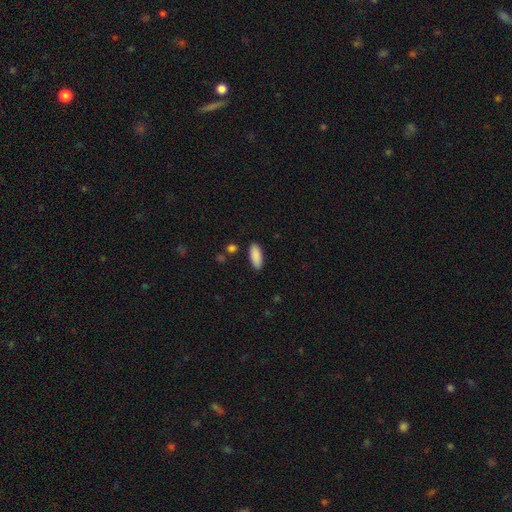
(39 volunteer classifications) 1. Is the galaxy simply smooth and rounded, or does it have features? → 90% smooth, 5% featured or disk, 5% star or artifact.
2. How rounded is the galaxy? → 63% in between, 37% cigar-shaped, 0% round.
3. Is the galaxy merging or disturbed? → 89% none, 5% minor disturbance, 3% major disturbance, 3% merger.